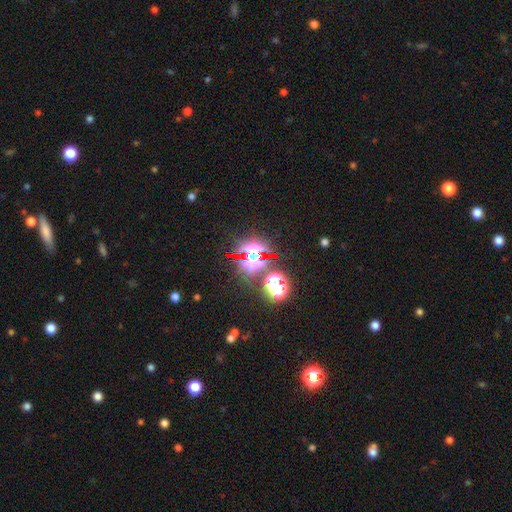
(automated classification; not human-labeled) A star or artifact, not a galaxy (74%).

Vote fractions:
- Smooth or featured? star or artifact: 74% / smooth: 16% / featured or disk: 10%